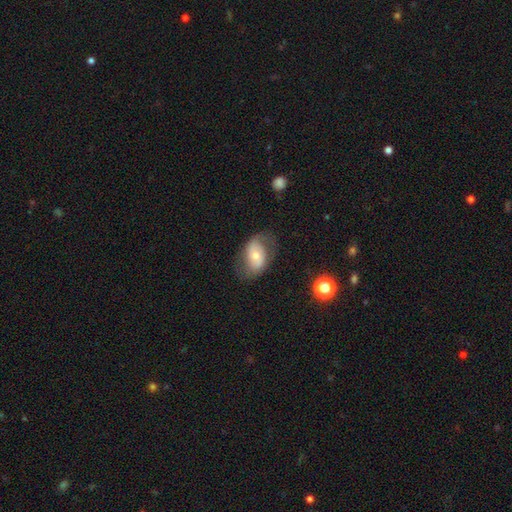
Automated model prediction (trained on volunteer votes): This is possibly a featured or disk galaxy (47%). Merging: likely none (63%).